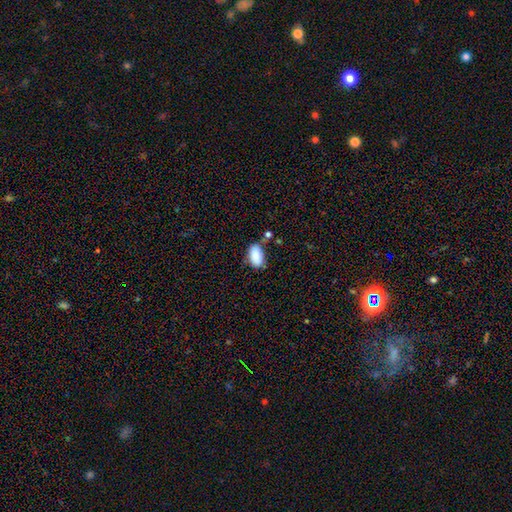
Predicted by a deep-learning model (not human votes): Smooth or featured? Predicted: smooth (p=0.87). How rounded? Predicted: in between (p=0.93). Merging? Predicted: none (p=0.58).